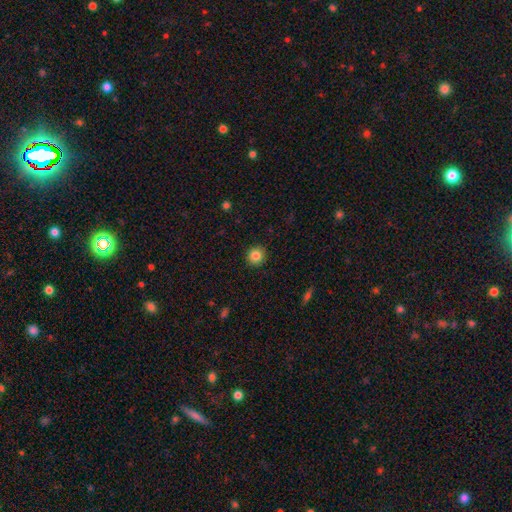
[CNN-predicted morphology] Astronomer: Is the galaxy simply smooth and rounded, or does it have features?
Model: smooth — 84%.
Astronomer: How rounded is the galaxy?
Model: round — 92%.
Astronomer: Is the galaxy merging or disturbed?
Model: none — 92%.